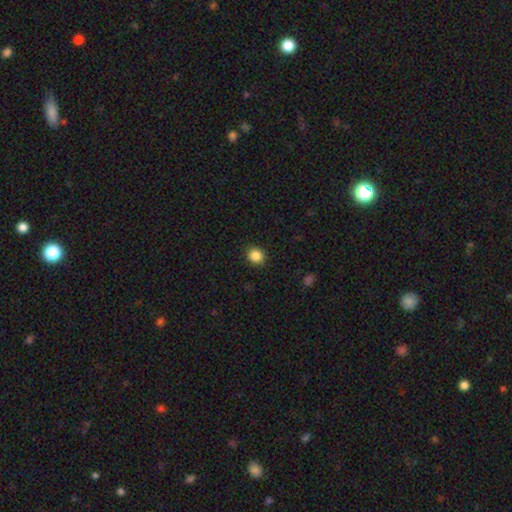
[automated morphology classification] smooth-or-featured: smooth: 87% | star or artifact: 10% | featured or disk: 4%
  how-rounded: round: 84% | in between: 15% | cigar-shaped: 1%
  merging: none: 91% | minor disturbance: 6% | major disturbance: 2% | merger: 1%